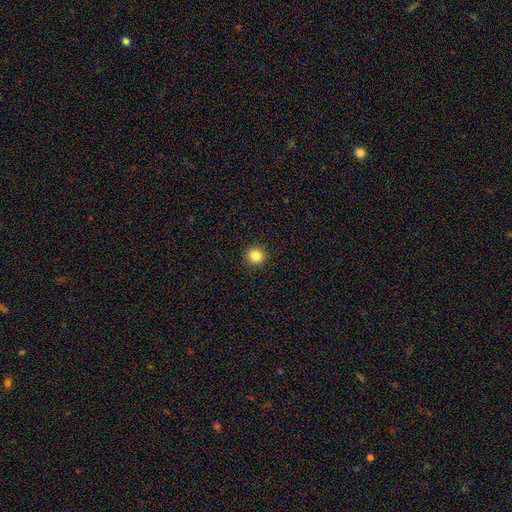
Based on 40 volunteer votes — Smooth or featured?
  - smooth: 85% *
  - star or artifact: 10%
  - featured or disk: 5%
How rounded?
  - round: 91% *
  - in between: 9%
  - cigar-shaped: 0%
Merging?
  - none: 94% *
  - minor disturbance: 3%
  - major disturbance: 3%
  - merger: 0%